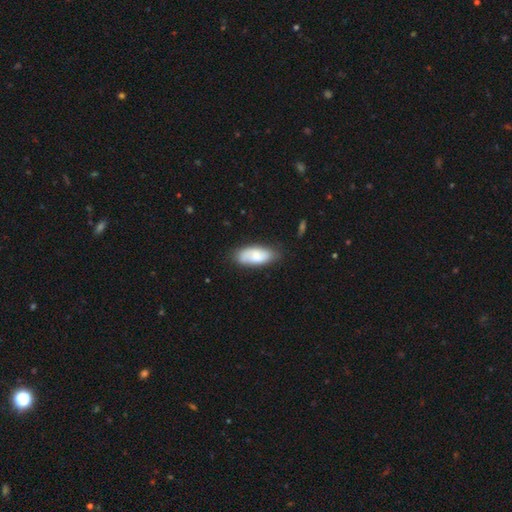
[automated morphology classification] This appears to be a smooth galaxy with no disk features (67%) that is in between round and cigar-shaped (86%). Merging: none (73%).